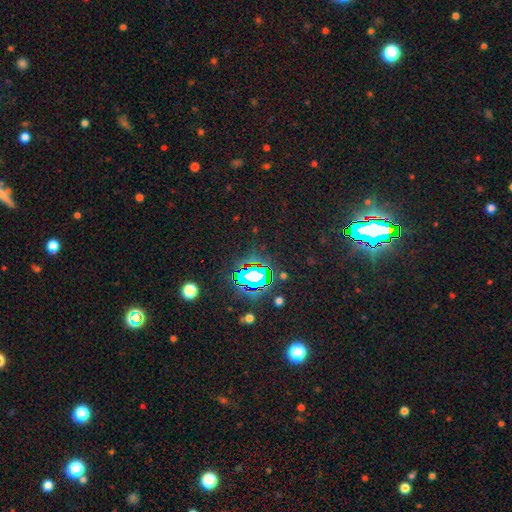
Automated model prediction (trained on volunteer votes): Q: Smooth or featured?
A: star or artifact (84%); runner-up: smooth (10%)